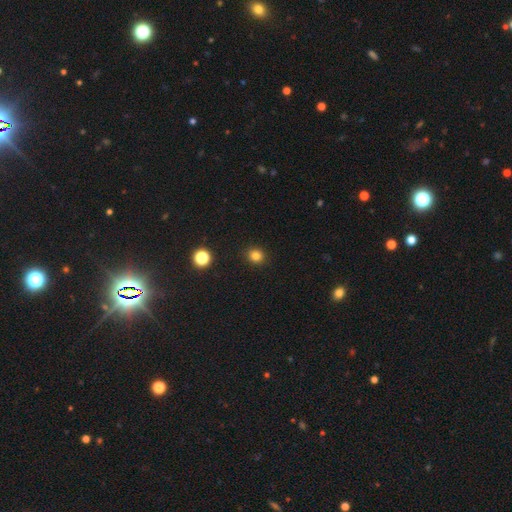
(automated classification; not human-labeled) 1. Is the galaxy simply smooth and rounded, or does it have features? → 82% smooth, 13% star or artifact, 4% featured or disk.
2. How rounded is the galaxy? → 83% round, 16% in between, 1% cigar-shaped.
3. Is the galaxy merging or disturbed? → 92% none, 5% minor disturbance, 2% major disturbance, 1% merger.